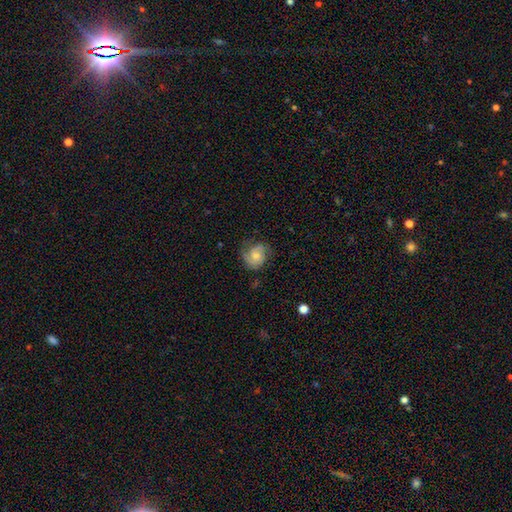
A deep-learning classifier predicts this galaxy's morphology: Smooth or featured? Predicted: featured or disk (p=0.57). Edge-on disk? Predicted: no (p=0.97). Bar? Predicted: no (p=0.67). Spiral arms? Predicted: yes (p=0.90). Bulge size? Predicted: moderate (p=0.47). Merging? Predicted: none (p=0.66).